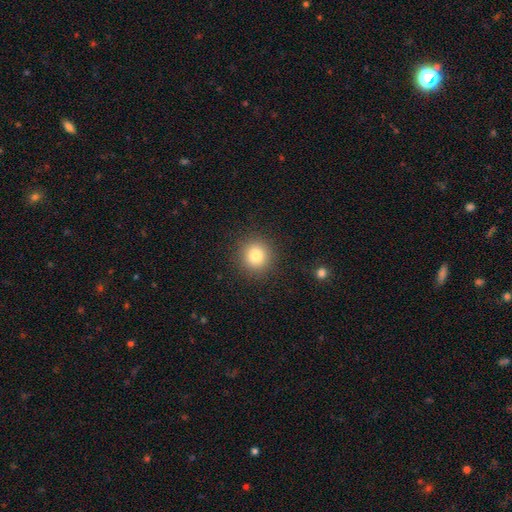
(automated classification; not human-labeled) Smooth or featured: smooth — 81% (star or artifact — 12%)
How rounded: round — 91% (in between — 8%)
Merging: none — 90% (minor disturbance — 6%)